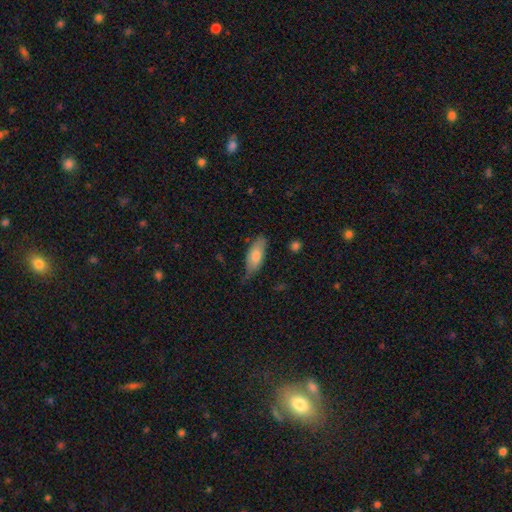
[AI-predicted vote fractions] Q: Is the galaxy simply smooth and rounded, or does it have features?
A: smooth — 74%.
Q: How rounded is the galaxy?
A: in between — 80%.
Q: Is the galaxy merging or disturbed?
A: none — 63%.